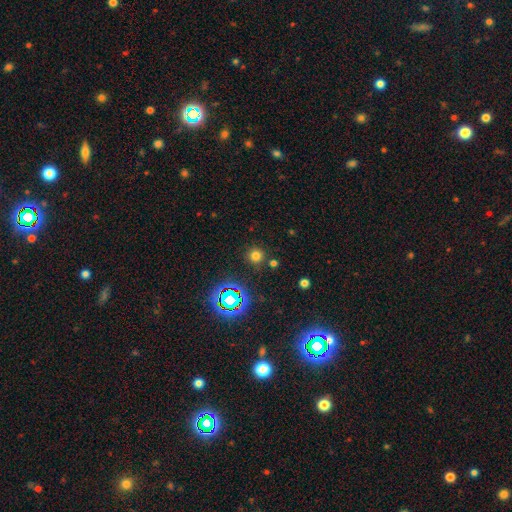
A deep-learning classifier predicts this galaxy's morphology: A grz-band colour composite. It shows a smooth galaxy with no disk features (67%) that is round (93%). Merging: none (84%).